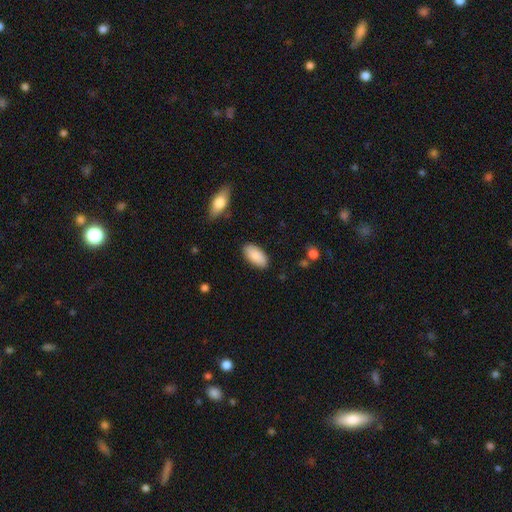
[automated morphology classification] smooth 88%, star or artifact 6%, featured or disk 6%. Down the decision tree: how rounded — in between (92%); merging — none (86%).